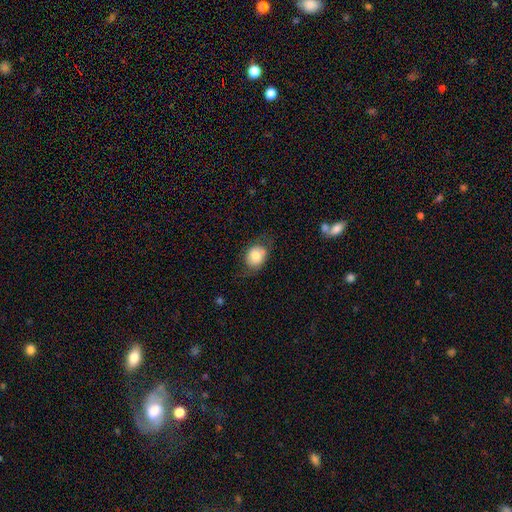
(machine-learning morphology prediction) Smooth or featured? smooth (72%)
How rounded? round (50%)
Merging? none (62%)